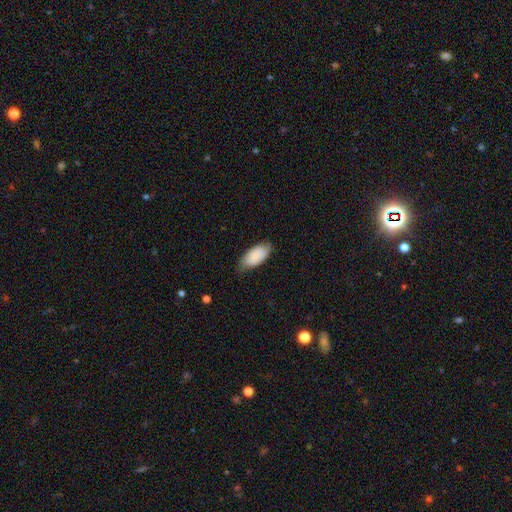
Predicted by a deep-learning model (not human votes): smooth_or_featured: smooth (p=0.83) [alt: featured or disk p=0.11]
how_rounded: in between (p=0.92) [alt: cigar-shaped p=0.06]
merging: none (p=0.68) [alt: minor disturbance p=0.27]